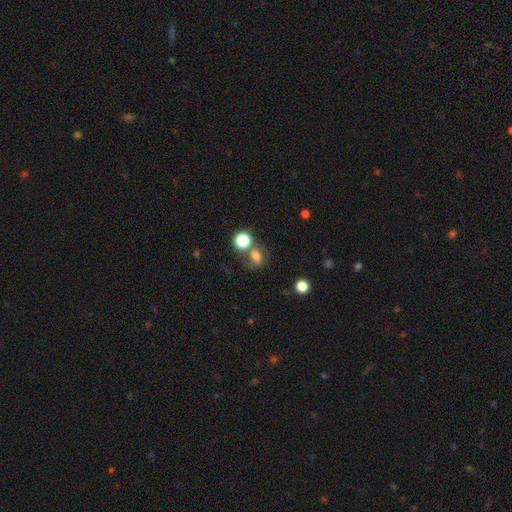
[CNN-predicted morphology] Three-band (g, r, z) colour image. It shows a smooth galaxy with no disk features (65%) that is round (59%). Merging: none (44%).